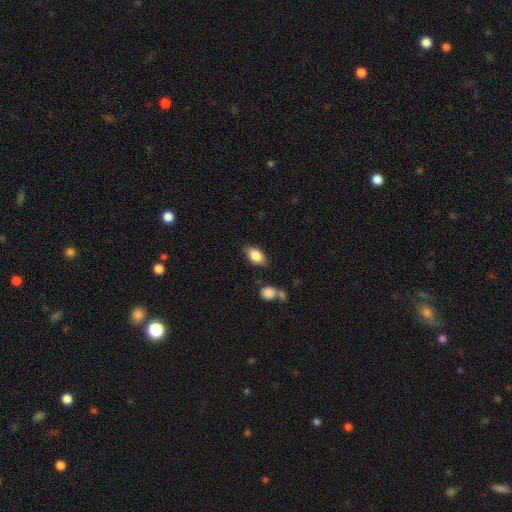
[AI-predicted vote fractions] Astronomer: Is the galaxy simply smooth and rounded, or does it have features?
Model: smooth — 85%.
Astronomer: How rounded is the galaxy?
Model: in between — 90%.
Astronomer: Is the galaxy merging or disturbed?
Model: none — 80%.